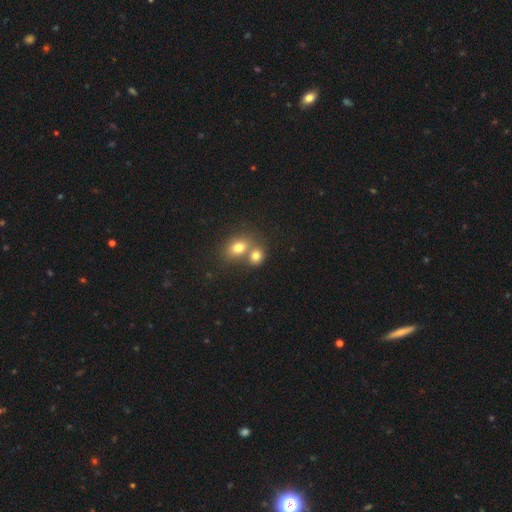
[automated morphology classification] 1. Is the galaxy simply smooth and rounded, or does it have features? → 77% smooth, 12% star or artifact, 11% featured or disk.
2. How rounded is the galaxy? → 60% round, 38% in between, 1% cigar-shaped.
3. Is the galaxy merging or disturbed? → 53% merger, 37% none, 7% minor disturbance, 3% major disturbance.